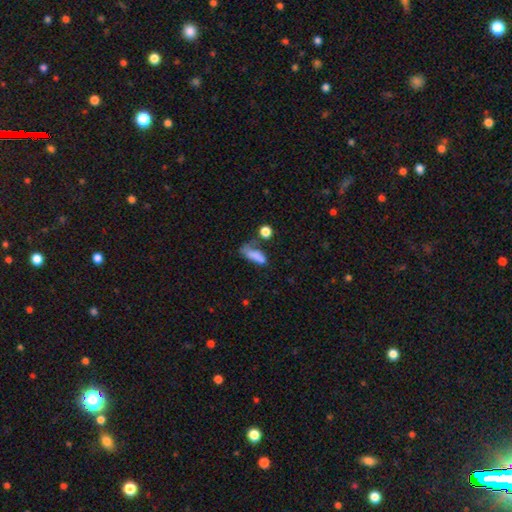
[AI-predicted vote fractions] smooth 72%, featured or disk 16%, star or artifact 12%. Down the decision tree: how rounded — in between (69%); merging — major disturbance (31%).